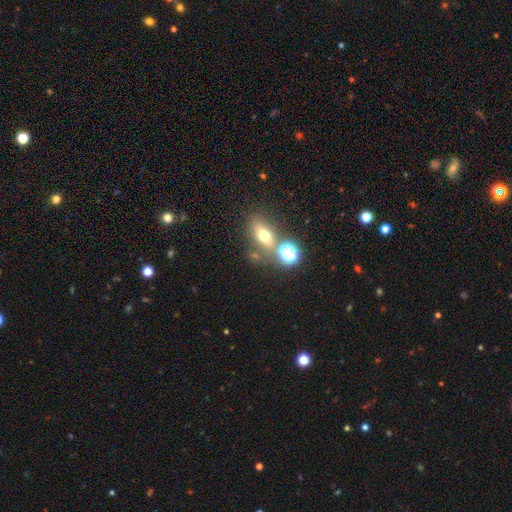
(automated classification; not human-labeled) This appears to be a smooth galaxy with no disk features (53%) that is in between round and cigar-shaped (64%). Merging: none (62%).